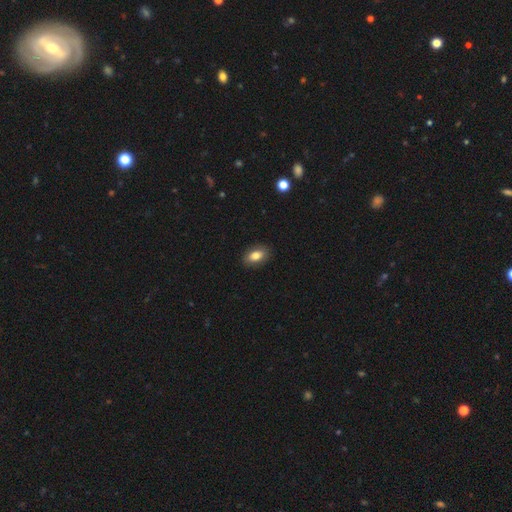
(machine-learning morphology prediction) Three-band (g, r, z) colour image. It shows a smooth galaxy with no disk features (82%) that is in between round and cigar-shaped (88%). Merging: none (88%).